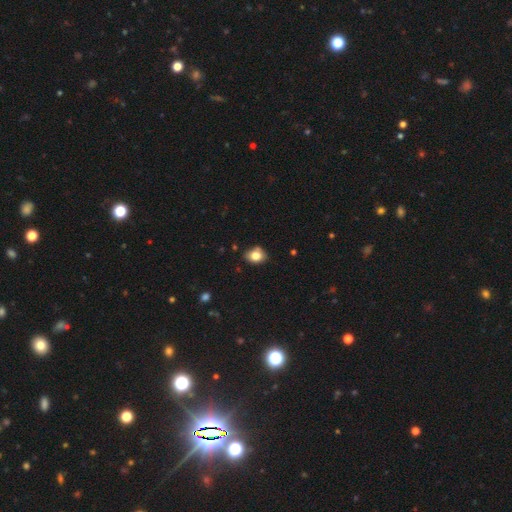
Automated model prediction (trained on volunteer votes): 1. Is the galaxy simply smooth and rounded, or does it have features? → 80% smooth, 10% star or artifact, 10% featured or disk.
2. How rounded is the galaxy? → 55% in between, 44% round, 1% cigar-shaped.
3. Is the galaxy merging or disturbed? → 74% none, 19% minor disturbance, 4% merger, 3% major disturbance.